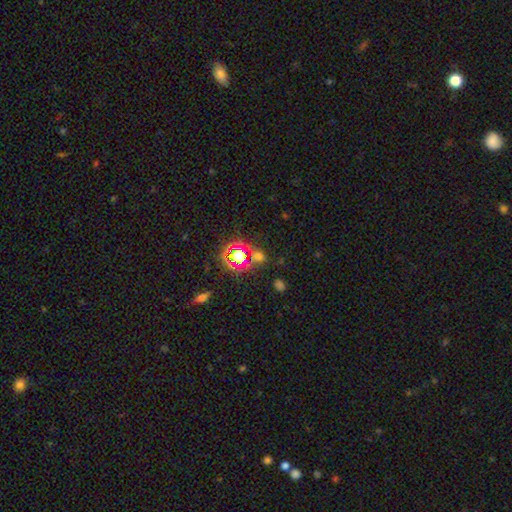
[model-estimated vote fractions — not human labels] Smooth or featured? star or artifact (70%)